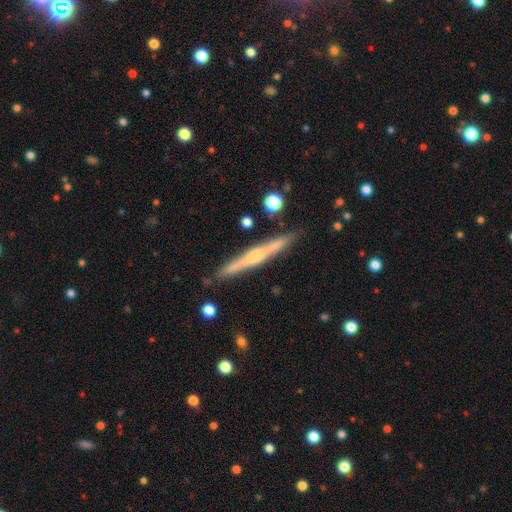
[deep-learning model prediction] Smooth or featured? Predicted: featured or disk (p=0.68). Edge-on disk? Predicted: yes (p=0.98). Edge-on bulge? Predicted: rounded (p=0.54). Merging? Predicted: none (p=0.89).